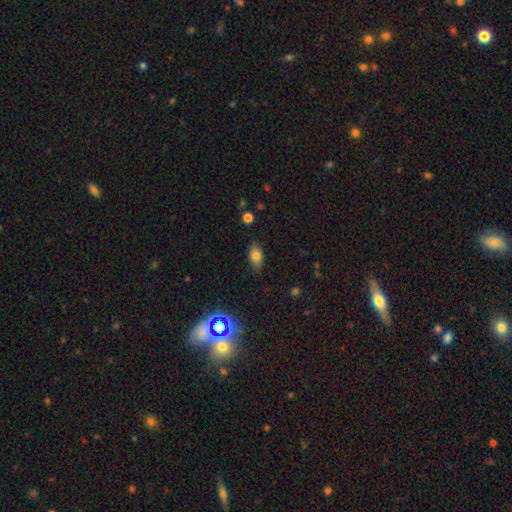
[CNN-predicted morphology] Smooth or featured?
  - smooth: 78% *
  - star or artifact: 12%
  - featured or disk: 10%
How rounded?
  - in between: 88% *
  - round: 8%
  - cigar-shaped: 4%
Merging?
  - none: 81% *
  - minor disturbance: 14%
  - major disturbance: 3%
  - merger: 1%